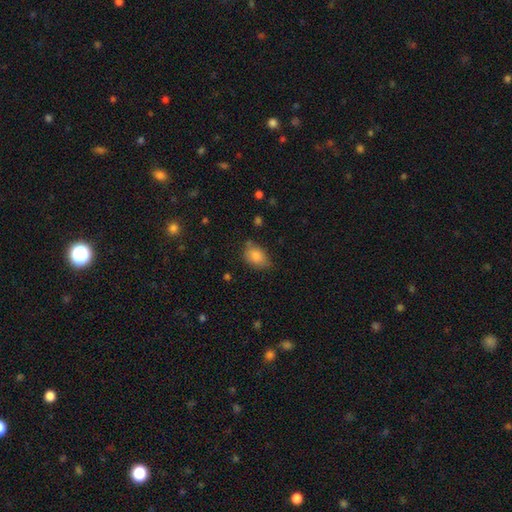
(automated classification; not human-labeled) This appears to be a smooth galaxy with no disk features (82%) that is in between round and cigar-shaped (80%). Merging: none (67%).